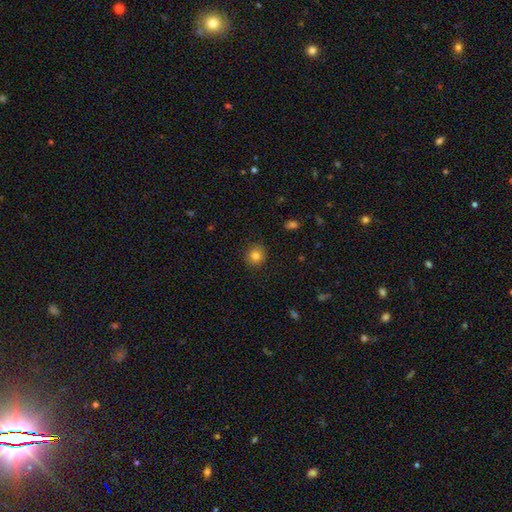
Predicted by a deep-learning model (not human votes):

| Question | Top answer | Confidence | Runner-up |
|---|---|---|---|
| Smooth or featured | smooth | 82% | star or artifact (11%) |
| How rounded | round | 90% | in between (9%) |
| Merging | none | 90% | minor disturbance (7%) |